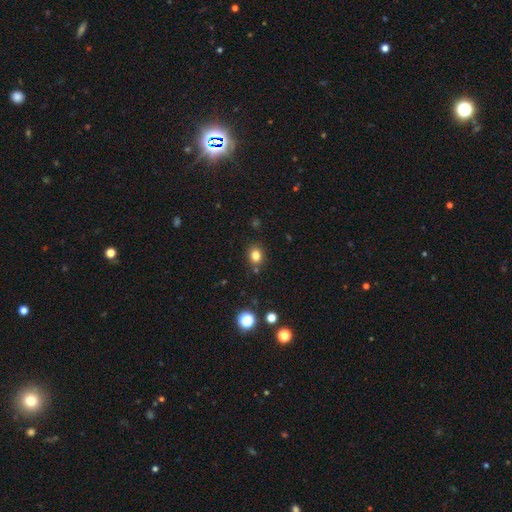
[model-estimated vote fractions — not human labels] Q: Smooth or featured?
A: smooth (81%); runner-up: star or artifact (13%)
Q: How rounded?
A: round (63%); runner-up: in between (36%)
Q: Merging?
A: none (83%); runner-up: minor disturbance (10%)